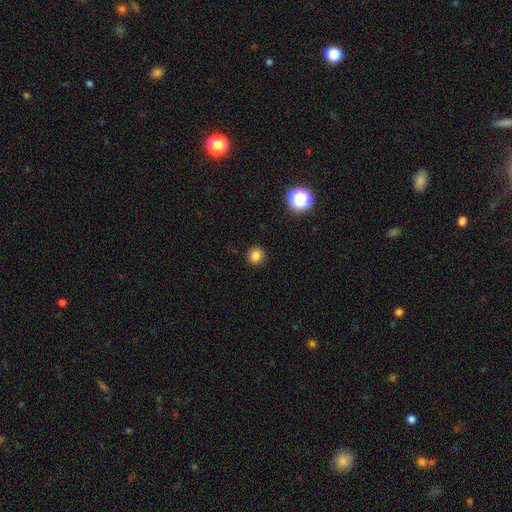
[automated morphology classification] Q: Smooth or featured?
A: smooth (82%); runner-up: star or artifact (13%)
Q: How rounded?
A: round (87%); runner-up: in between (12%)
Q: Merging?
A: none (91%); runner-up: minor disturbance (6%)